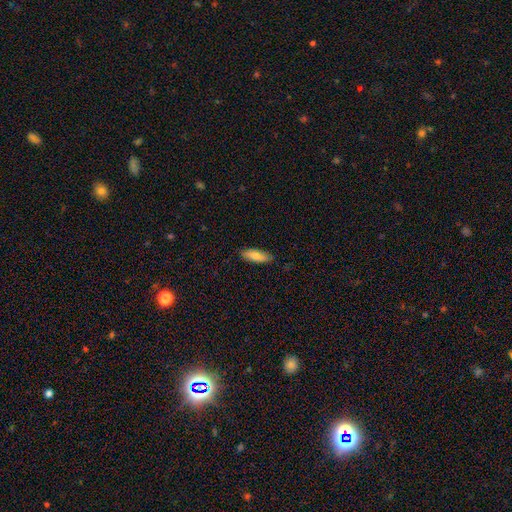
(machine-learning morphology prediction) smooth-or-featured: smooth: 78% | featured or disk: 16% | star or artifact: 6%
  how-rounded: in between: 62% | cigar-shaped: 36% | round: 2%
  merging: none: 85% | minor disturbance: 11% | major disturbance: 2% | merger: 1%